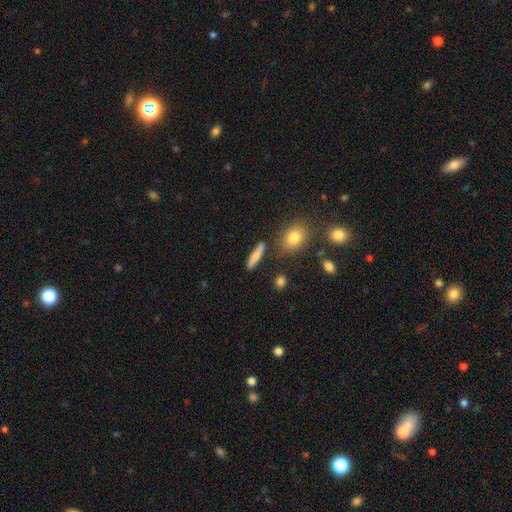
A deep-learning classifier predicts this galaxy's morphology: smooth-or-featured: smooth: 73% | featured or disk: 19% | star or artifact: 8%
  how-rounded: cigar-shaped: 77% | in between: 18% | round: 4%
  merging: none: 83% | minor disturbance: 10% | merger: 4% | major disturbance: 3%